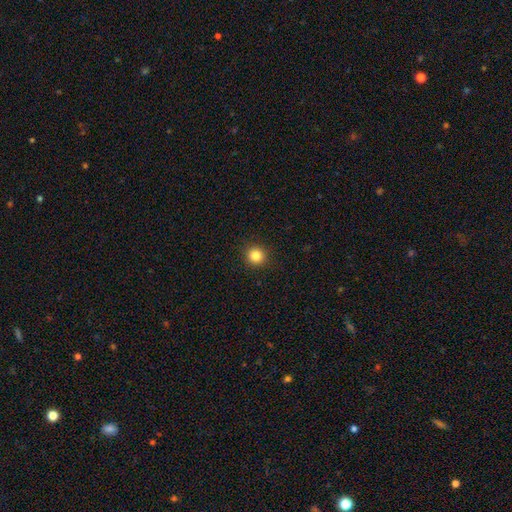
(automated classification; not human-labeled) Smooth or featured?
  - smooth: 84% *
  - star or artifact: 12%
  - featured or disk: 4%
How rounded?
  - round: 94% *
  - in between: 5%
  - cigar-shaped: 1%
Merging?
  - none: 92% *
  - minor disturbance: 5%
  - major disturbance: 2%
  - merger: 1%